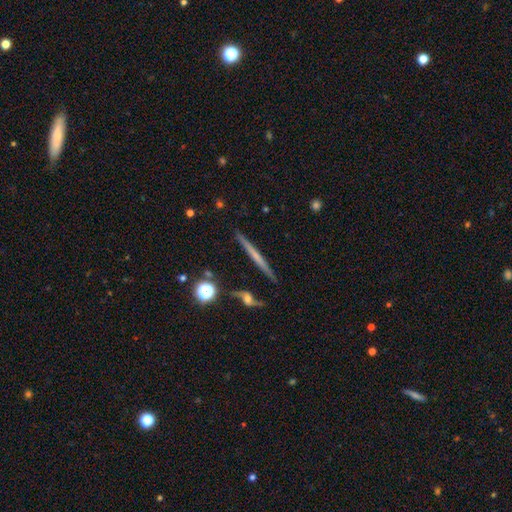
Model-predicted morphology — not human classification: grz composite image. It shows a featured or disk galaxy (59%) viewed edge-on (97%) with no central bulge (77%). Merging: none (89%).